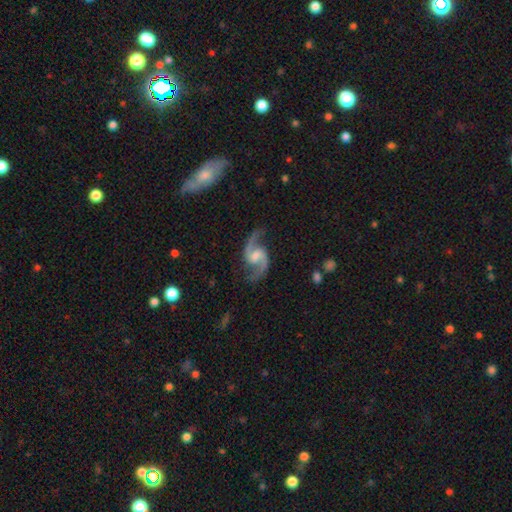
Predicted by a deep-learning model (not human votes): Smooth or featured?
  - featured or disk: 93% *
  - star or artifact: 4%
  - smooth: 3%
Edge-on disk?
  - no: 98% *
  - yes: 2%
Bar?
  - weak: 53% *
  - no: 33%
  - strong: 14%
Spiral arms?
  - yes: 98% *
  - no: 2%
Spiral winding?
  - medium: 48% *
  - loose: 44%
  - tight: 7%
Spiral arm count?
  - 2: 94% *
  - can't tell: 1%
  - 1: 1%
  - 3: 1%
  - 4: 1%
  - more than 4: 1%
Bulge size?
  - moderate: 45% *
  - small: 27%
  - none: 17%
  - large: 9%
  - dominant: 1%
Merging?
  - none: 80% *
  - minor disturbance: 13%
  - major disturbance: 5%
  - merger: 2%